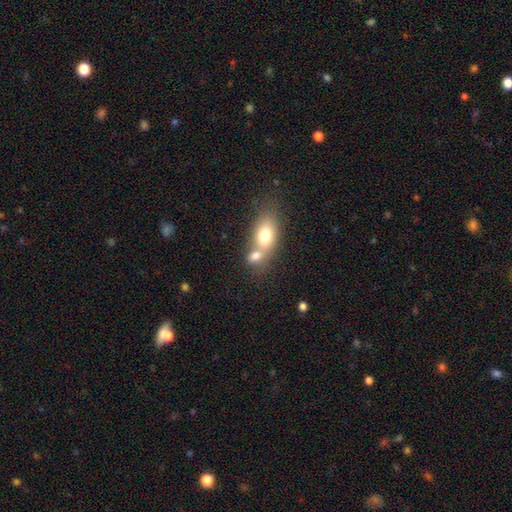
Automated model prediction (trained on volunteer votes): Smooth or featured?
  - smooth: 76% *
  - featured or disk: 16%
  - star or artifact: 8%
How rounded?
  - in between: 72% *
  - round: 24%
  - cigar-shaped: 4%
Merging?
  - merger: 64% *
  - none: 25%
  - minor disturbance: 7%
  - major disturbance: 4%